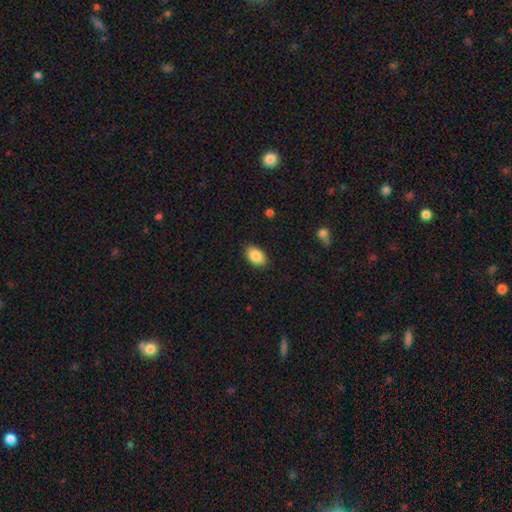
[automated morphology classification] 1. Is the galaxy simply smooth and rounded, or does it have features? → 87% smooth, 7% star or artifact, 6% featured or disk.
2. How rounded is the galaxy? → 90% in between, 9% round, 1% cigar-shaped.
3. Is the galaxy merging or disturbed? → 87% none, 9% minor disturbance, 2% major disturbance, 1% merger.